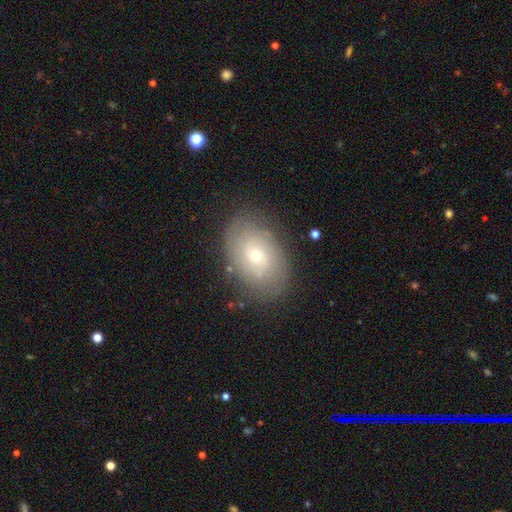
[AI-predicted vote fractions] Smooth or featured: featured or disk — 59% (smooth — 33%)
Edge-on disk: no — 95% (yes — 5%)
Bar: no — 73% (weak — 23%)
Spiral arms: yes — 82% (no — 18%)
Bulge size: small — 62% (moderate — 34%)
Merging: none — 80% (minor disturbance — 14%)